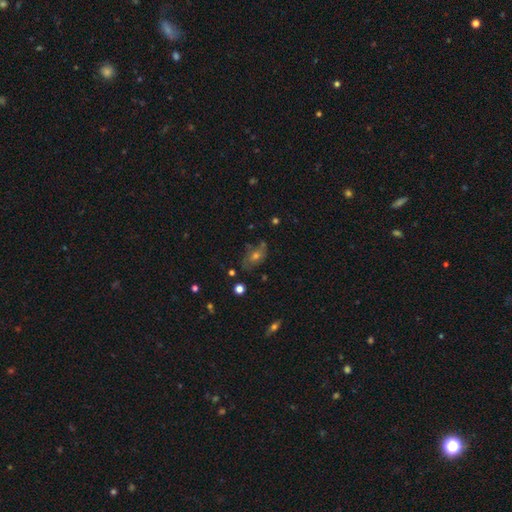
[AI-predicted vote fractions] smooth_or_featured: featured or disk (p=0.39) [alt: smooth p=0.35]
merging: none (p=0.68) [alt: minor disturbance p=0.19]